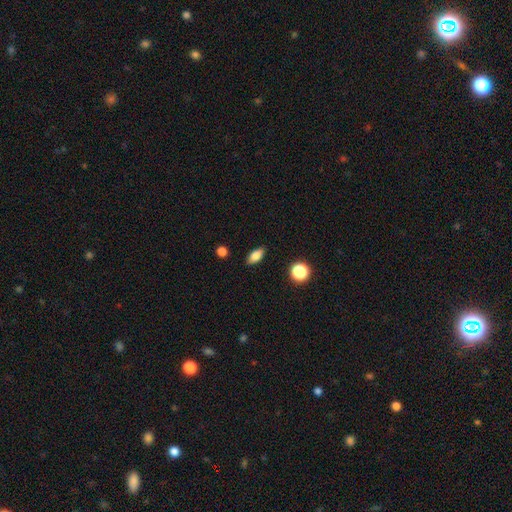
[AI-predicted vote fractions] Overall: smooth (80%). How rounded: in between (83%). Merging: none (88%).